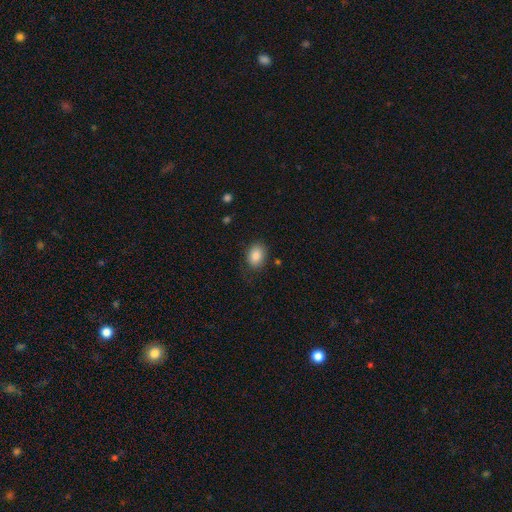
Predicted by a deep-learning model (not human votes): This appears to be a smooth galaxy with no disk features (85%) that is in between round and cigar-shaped (69%). Merging: none (80%).